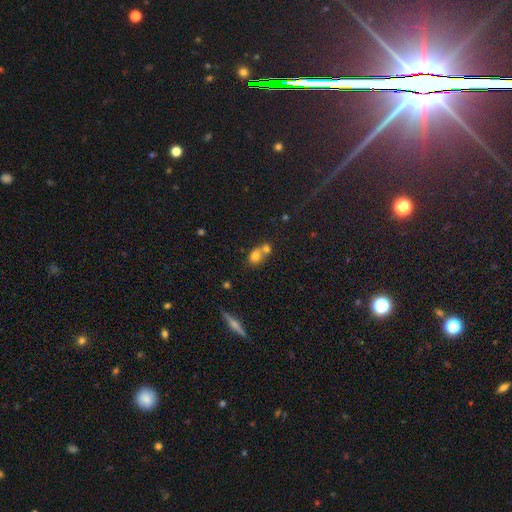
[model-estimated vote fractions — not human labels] Overall: smooth (74%). How rounded: in between (52%; round 46%). Merging: merger (55%; none 32%).